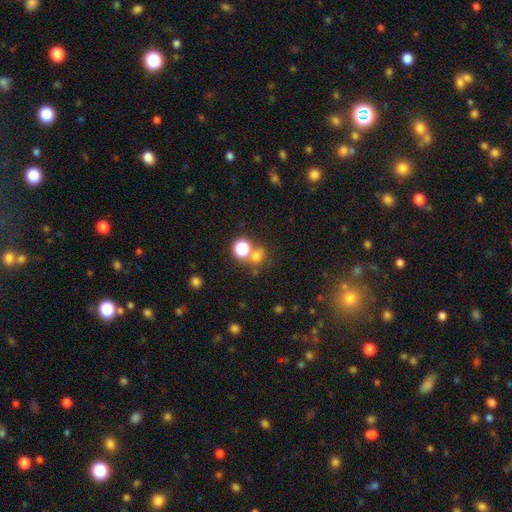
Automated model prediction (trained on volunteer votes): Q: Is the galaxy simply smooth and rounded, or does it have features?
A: smooth — 63%.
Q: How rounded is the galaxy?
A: round — 79%.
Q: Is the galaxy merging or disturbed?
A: none — 56%.